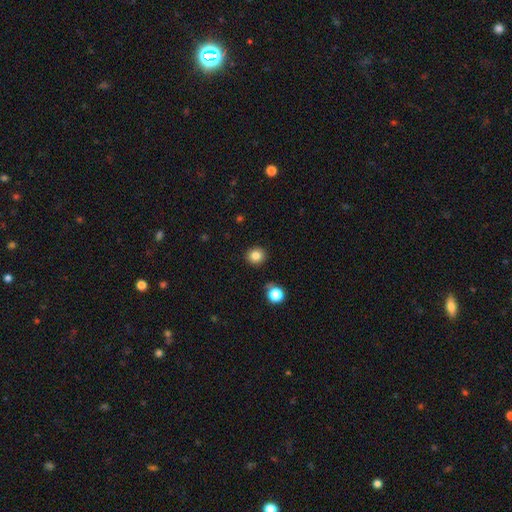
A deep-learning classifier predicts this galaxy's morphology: The model was most divided on "smooth or featured": smooth: 83%, star or artifact: 11%, featured or disk: 6%. More confident: how rounded — round (91%); merging — none (90%).